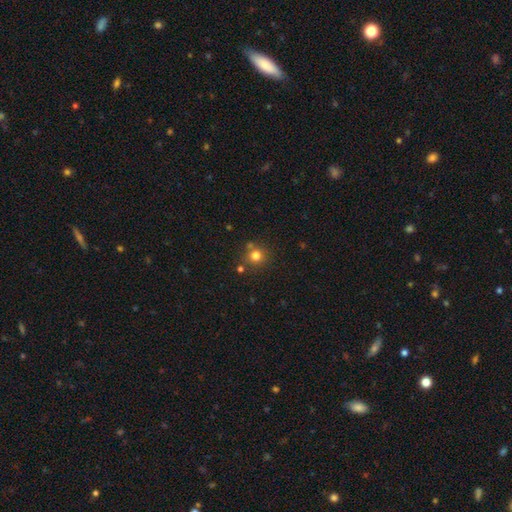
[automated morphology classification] This appears to be a smooth galaxy with no disk features (76%) that is round (91%). Merging: none (77%).